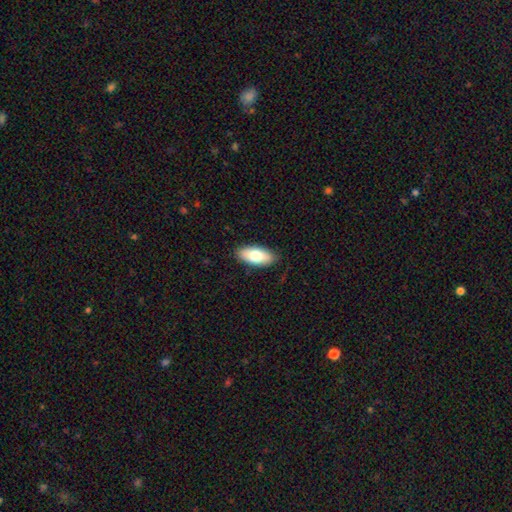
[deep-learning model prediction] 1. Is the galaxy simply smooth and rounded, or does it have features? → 75% smooth, 19% featured or disk, 6% star or artifact.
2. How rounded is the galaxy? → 90% in between, 8% cigar-shaped, 3% round.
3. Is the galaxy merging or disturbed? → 87% none, 10% minor disturbance, 2% major disturbance, 1% merger.